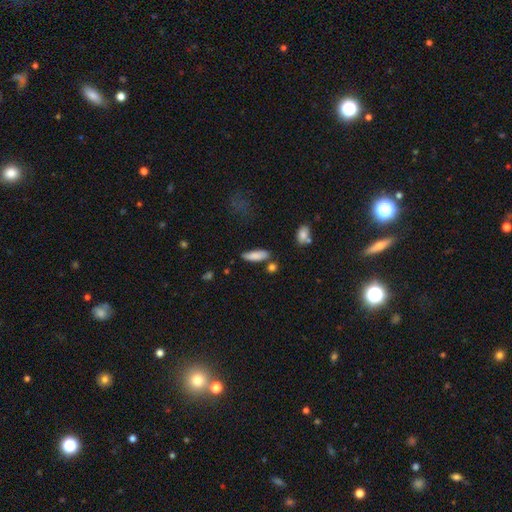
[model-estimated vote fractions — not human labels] smooth-or-featured: smooth: 84% | featured or disk: 9% | star or artifact: 7%
  how-rounded: in between: 51% | cigar-shaped: 47% | round: 2%
  merging: none: 72% | minor disturbance: 15% | merger: 9% | major disturbance: 4%